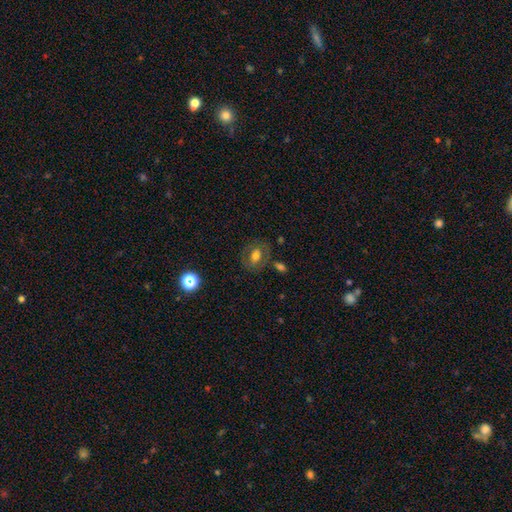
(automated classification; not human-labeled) Smooth or featured? Predicted: smooth (p=0.52). How rounded? Predicted: in between (p=0.57). Merging? Predicted: none (p=0.74).